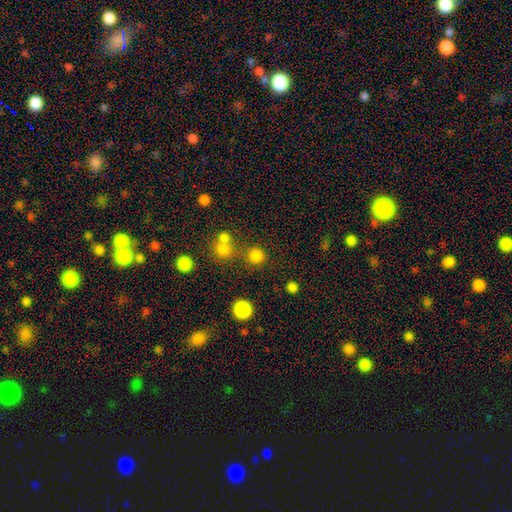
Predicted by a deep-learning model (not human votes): smooth 79%, star or artifact 16%, featured or disk 5%. Down the decision tree: how rounded — round (93%); merging — none (76%).